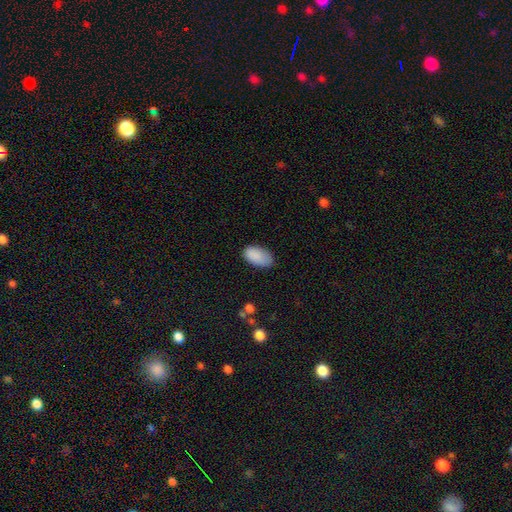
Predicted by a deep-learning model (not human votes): A smooth galaxy with no disk features (89%) that is in between round and cigar-shaped (95%). Merging: none (76%).